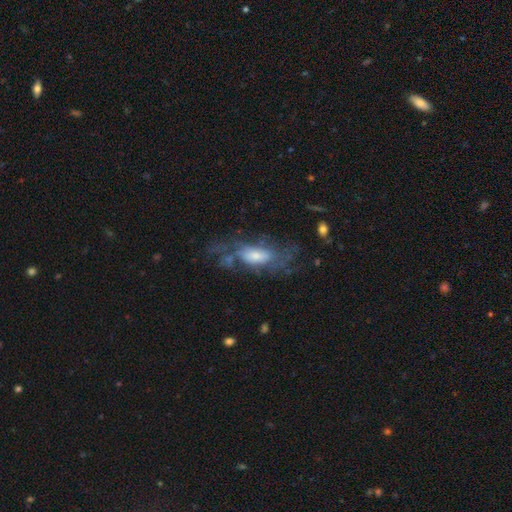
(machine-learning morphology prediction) Smooth or featured?
  - featured or disk: 61% *
  - smooth: 31%
  - star or artifact: 8%
Edge-on disk?
  - no: 87% *
  - yes: 13%
Bar?
  - no: 65% *
  - weak: 28%
  - strong: 7%
Spiral arms?
  - yes: 71% *
  - no: 29%
Bulge size?
  - moderate: 40% *
  - small: 34%
  - large: 19%
  - none: 5%
  - dominant: 3%
Merging?
  - none: 43% *
  - major disturbance: 31%
  - minor disturbance: 21%
  - merger: 5%